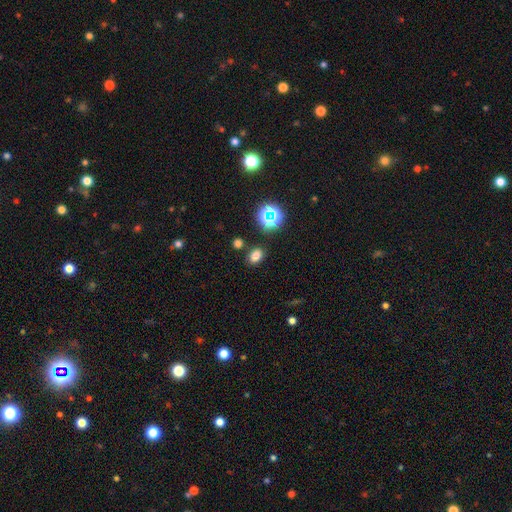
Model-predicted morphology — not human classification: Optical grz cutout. It shows a smooth galaxy with no disk features (75%) that is in between round and cigar-shaped (71%). Merging: none (81%).